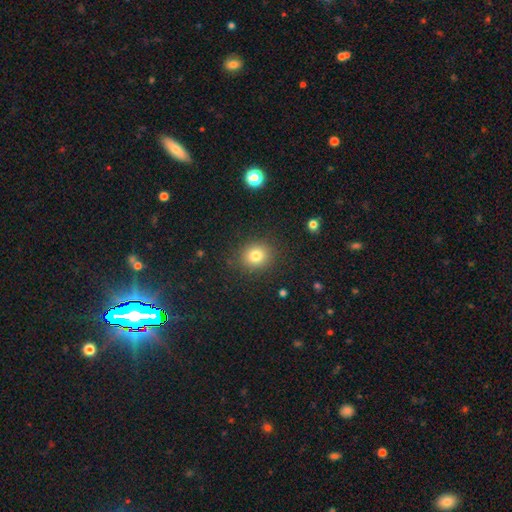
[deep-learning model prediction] This is clearly a smooth galaxy (80%). How rounded: likely round (79%). Merging: clearly none (88%).